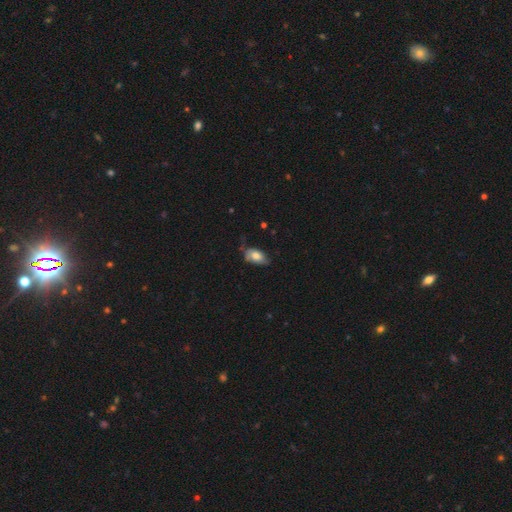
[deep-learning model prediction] Smooth or featured? smooth (71%)
How rounded? in between (92%)
Merging? none (53%)